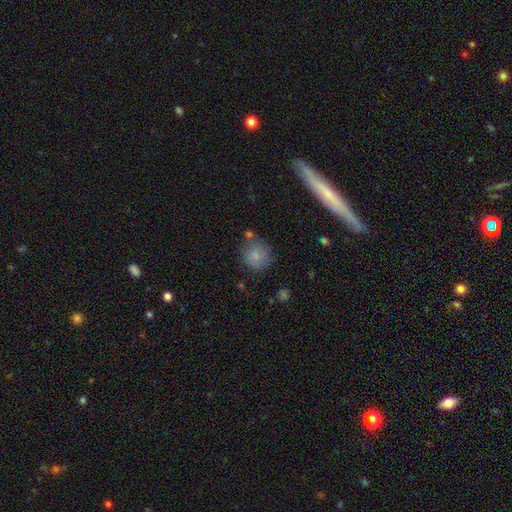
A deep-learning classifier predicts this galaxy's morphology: Q: Smooth or featured?
A: smooth (79%); runner-up: featured or disk (13%)
Q: How rounded?
A: round (88%); runner-up: in between (11%)
Q: Merging?
A: none (68%); runner-up: minor disturbance (19%)